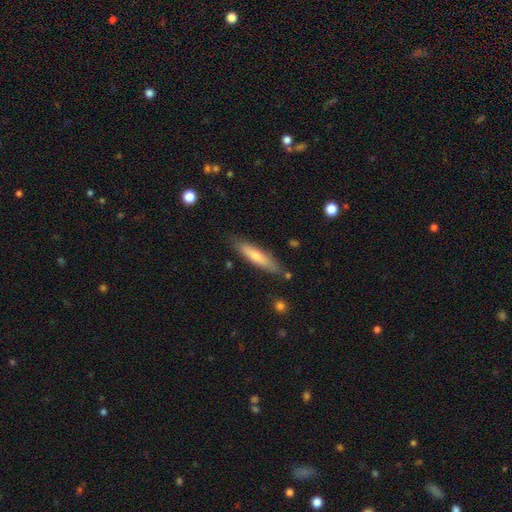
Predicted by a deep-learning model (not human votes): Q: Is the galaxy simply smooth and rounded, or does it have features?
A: smooth — 64%.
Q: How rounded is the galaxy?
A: cigar-shaped — 84%.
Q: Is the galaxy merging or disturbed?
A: none — 82%.